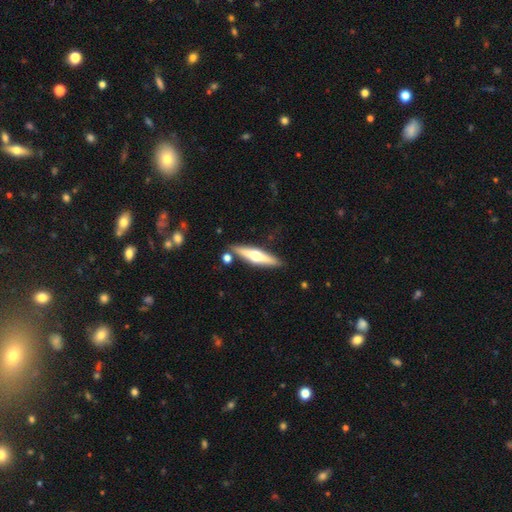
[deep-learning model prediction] featured or disk 63%, smooth 31%, star or artifact 5%. Down the decision tree: edge-on disk — yes (95%); edge-on bulge — rounded (94%); merging — none (84%).